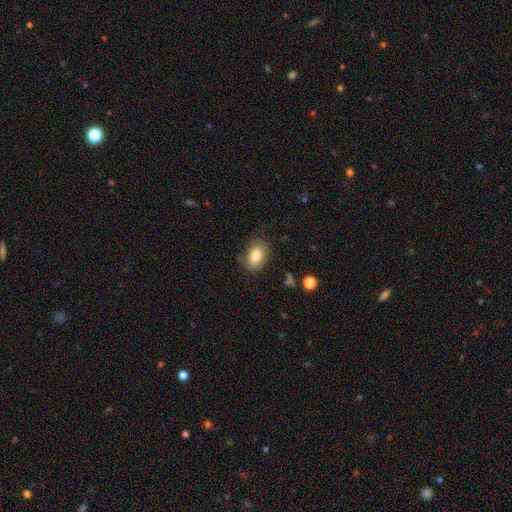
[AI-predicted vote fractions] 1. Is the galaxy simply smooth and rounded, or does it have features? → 84% smooth, 8% star or artifact, 8% featured or disk.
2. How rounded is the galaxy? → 86% in between, 12% round, 2% cigar-shaped.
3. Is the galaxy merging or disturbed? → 80% none, 15% minor disturbance, 4% major disturbance, 2% merger.